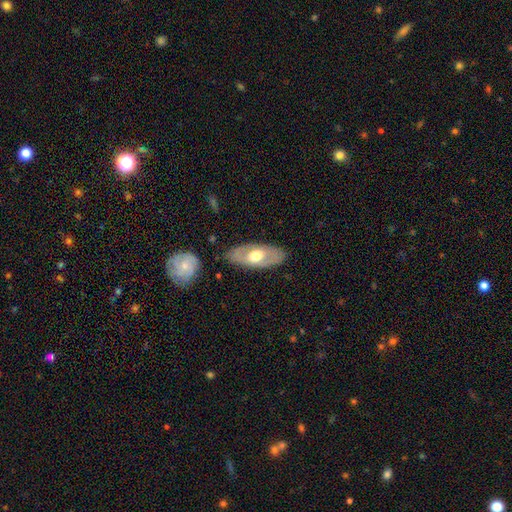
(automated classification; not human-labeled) Smooth or featured? Predicted: featured or disk (p=0.52). Edge-on disk? Predicted: no (p=0.81). Merging? Predicted: none (p=0.83).